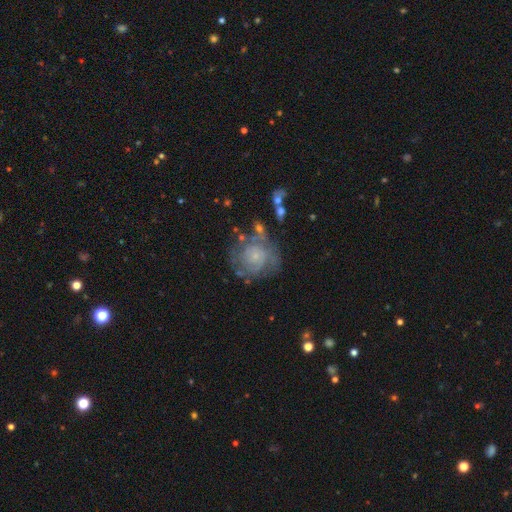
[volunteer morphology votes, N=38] This is likely a featured or disk galaxy (61%). It is clearly not viewed edge-on (100%). Bar: likely no (74%). Spiral arm pattern: clearly yes (83%). Spiral arm count: marginally can't tell (42%). Spiral winding: possibly tight (53%). Central bulge: clearly small (83%). Merging: likely none (63%).